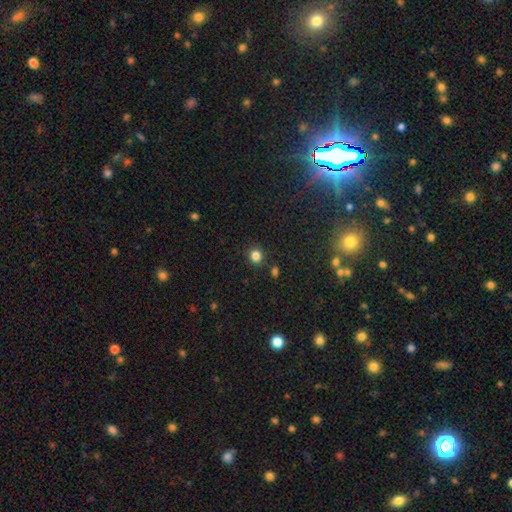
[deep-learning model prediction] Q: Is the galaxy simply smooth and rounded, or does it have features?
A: smooth — 82%.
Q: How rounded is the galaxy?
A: round — 86%.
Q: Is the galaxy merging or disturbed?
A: none — 87%.